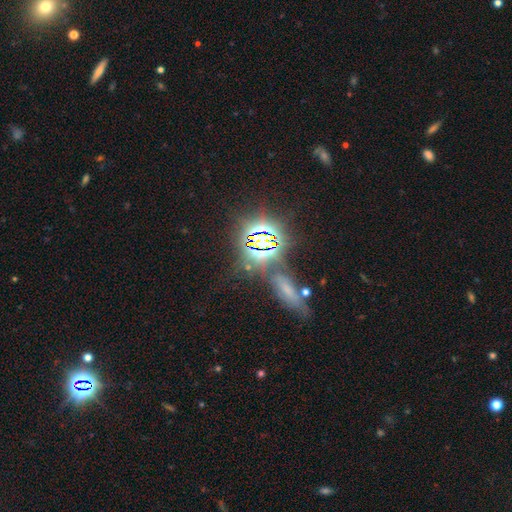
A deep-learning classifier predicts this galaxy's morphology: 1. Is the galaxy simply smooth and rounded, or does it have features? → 79% star or artifact, 12% smooth, 10% featured or disk.